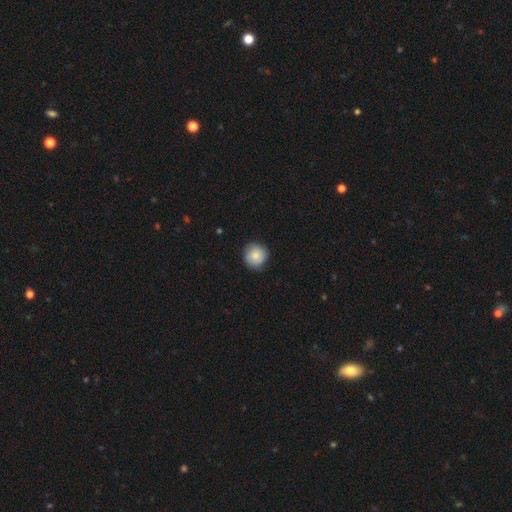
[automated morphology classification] Smooth or featured? Predicted: smooth (p=0.81). How rounded? Predicted: round (p=0.93). Merging? Predicted: none (p=0.84).